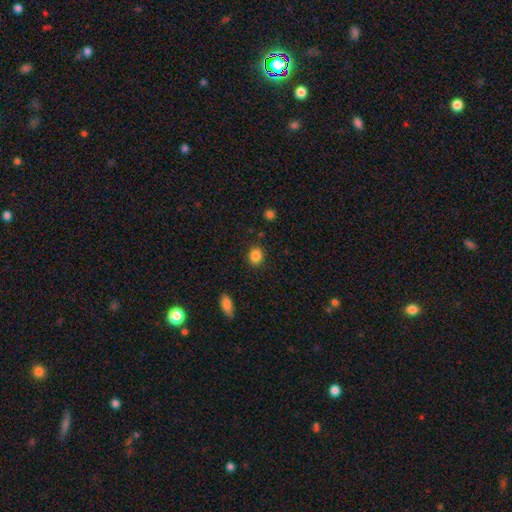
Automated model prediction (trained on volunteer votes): Q: Smooth or featured?
A: smooth (86%); runner-up: star or artifact (10%)
Q: How rounded?
A: round (55%); runner-up: in between (44%)
Q: Merging?
A: none (88%); runner-up: minor disturbance (8%)